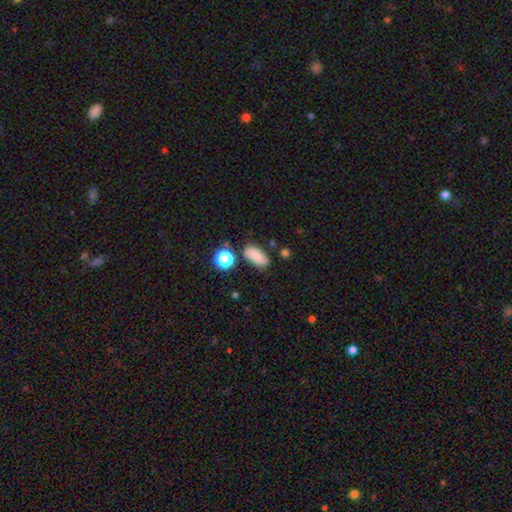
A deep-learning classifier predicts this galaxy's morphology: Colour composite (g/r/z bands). It shows a smooth galaxy with no disk features (74%) that is in between round and cigar-shaped (84%). Merging: none (72%).